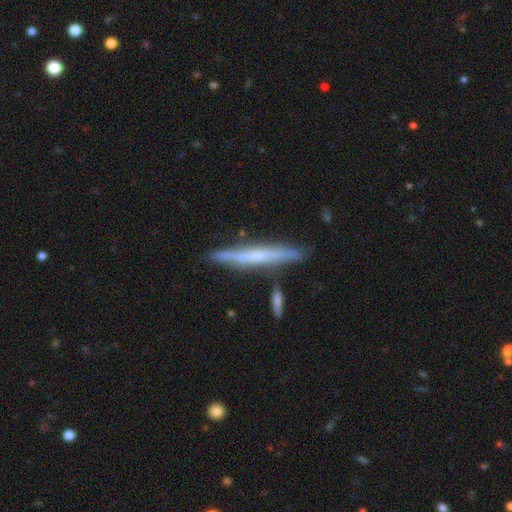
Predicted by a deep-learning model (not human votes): Morphology: type=featured or disk (55%); edge-on=yes (94%); edge-on bulge=none (66%); merging=none (80%).